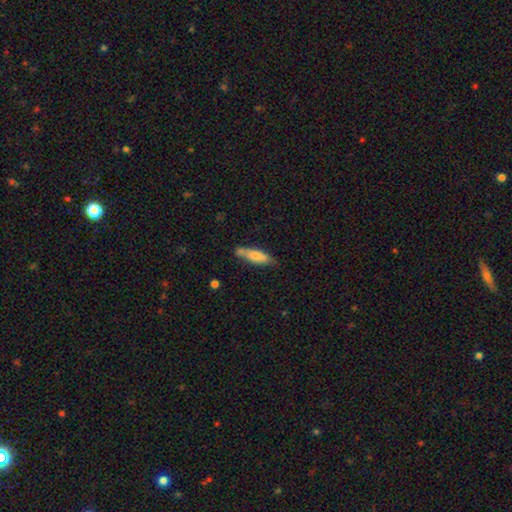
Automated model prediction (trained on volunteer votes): Smooth or featured: smooth — 75% (featured or disk — 19%)
How rounded: cigar-shaped — 64% (in between — 34%)
Merging: none — 67% (minor disturbance — 23%)